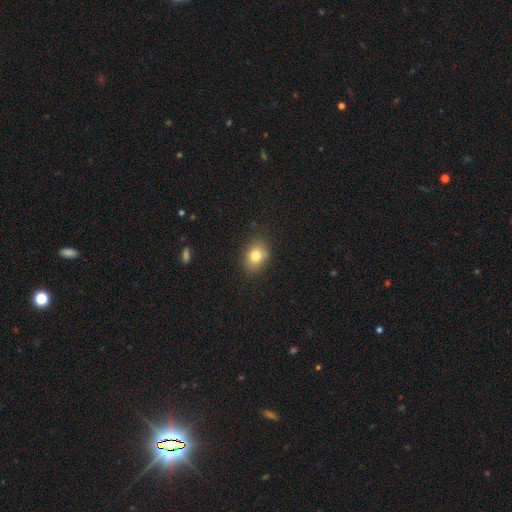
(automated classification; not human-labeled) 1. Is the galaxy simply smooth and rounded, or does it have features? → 78% smooth, 11% featured or disk, 11% star or artifact.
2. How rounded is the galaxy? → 62% in between, 37% round, 1% cigar-shaped.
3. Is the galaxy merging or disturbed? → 84% none, 12% minor disturbance, 3% major disturbance, 1% merger.